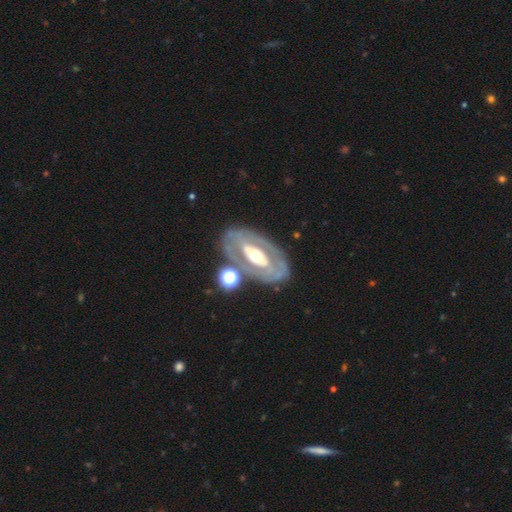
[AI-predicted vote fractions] This is likely a featured or disk galaxy (75%). It is clearly not viewed edge-on (91%). Bar: possibly no (53%). Spiral arm pattern: likely no (65%). Central bulge: likely moderate (68%). Merging: likely none (73%).